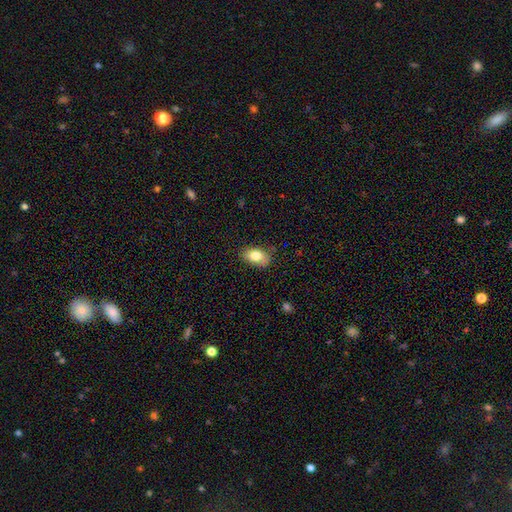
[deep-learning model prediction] Q: Smooth or featured?
A: smooth (81%); runner-up: featured or disk (11%)
Q: How rounded?
A: in between (88%); runner-up: round (10%)
Q: Merging?
A: none (78%); runner-up: minor disturbance (18%)